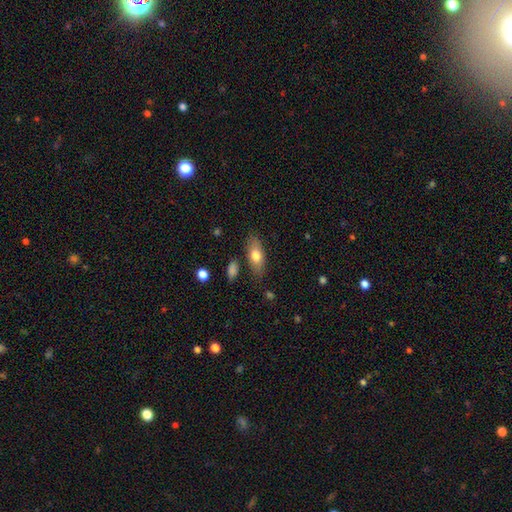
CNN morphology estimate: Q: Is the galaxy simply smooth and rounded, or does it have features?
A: smooth — 73%.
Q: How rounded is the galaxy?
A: in between — 77%.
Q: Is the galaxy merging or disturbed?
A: none — 79%.